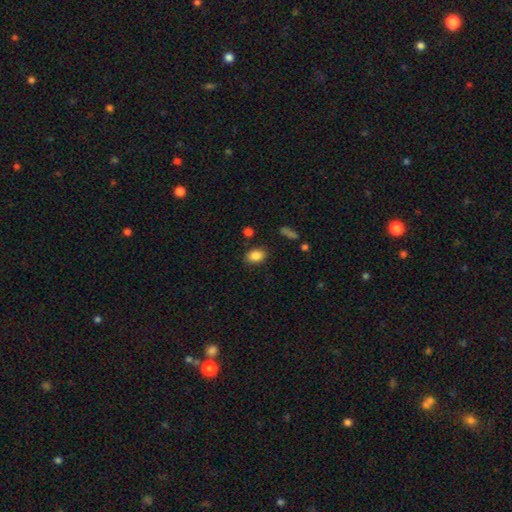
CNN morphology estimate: The model was most divided on "how rounded": in between: 79%, round: 20%, cigar-shaped: 1%. More confident: smooth or featured — smooth (86%); merging — none (83%).